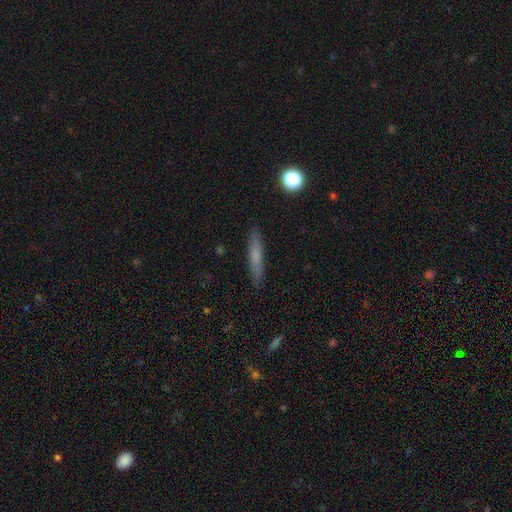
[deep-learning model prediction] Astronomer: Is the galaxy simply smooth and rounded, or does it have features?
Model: smooth — 60%.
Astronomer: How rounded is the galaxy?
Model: cigar-shaped — 92%.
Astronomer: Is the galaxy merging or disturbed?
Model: none — 89%.